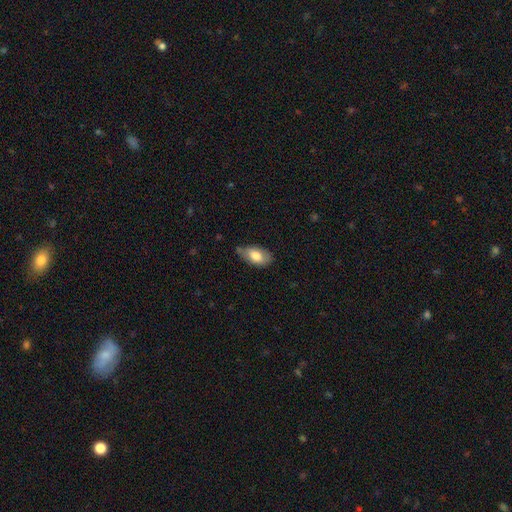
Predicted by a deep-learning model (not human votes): This appears to be a smooth galaxy with no disk features (77%) that is in between round and cigar-shaped (93%). Merging: none (62%).